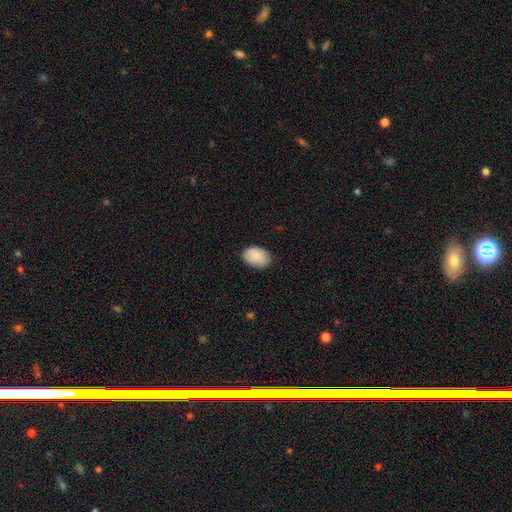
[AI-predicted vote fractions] Smooth or featured? Predicted: smooth (p=0.87). How rounded? Predicted: in between (p=0.84). Merging? Predicted: none (p=0.82).